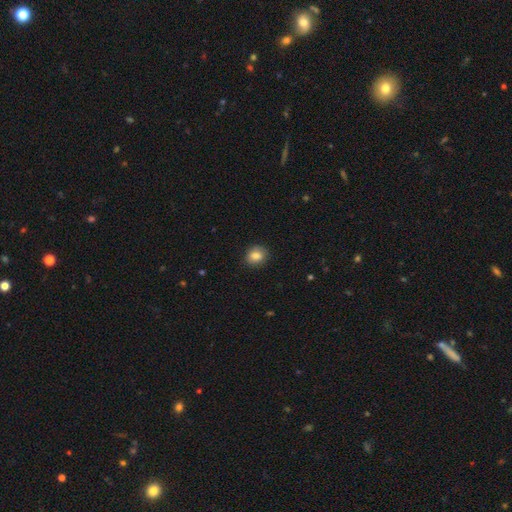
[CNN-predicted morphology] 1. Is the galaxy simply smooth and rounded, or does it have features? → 81% smooth, 10% featured or disk, 9% star or artifact.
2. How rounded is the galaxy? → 65% round, 34% in between, 1% cigar-shaped.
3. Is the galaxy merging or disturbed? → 87% none, 10% minor disturbance, 2% major disturbance, 1% merger.